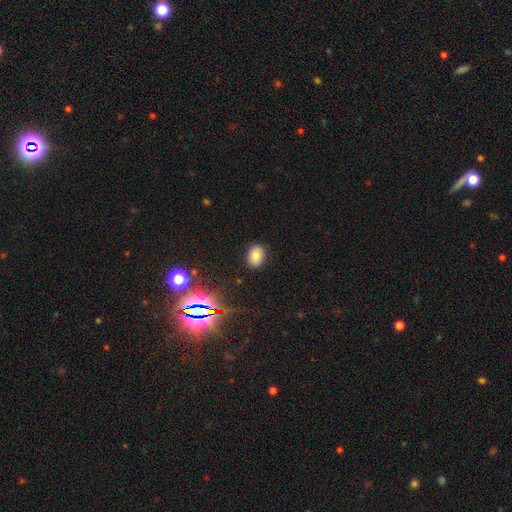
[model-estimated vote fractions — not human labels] smooth_or_featured: smooth (p=0.77) [alt: star or artifact p=0.15]
how_rounded: in between (p=0.64) [alt: round p=0.35]
merging: none (p=0.88) [alt: minor disturbance p=0.08]